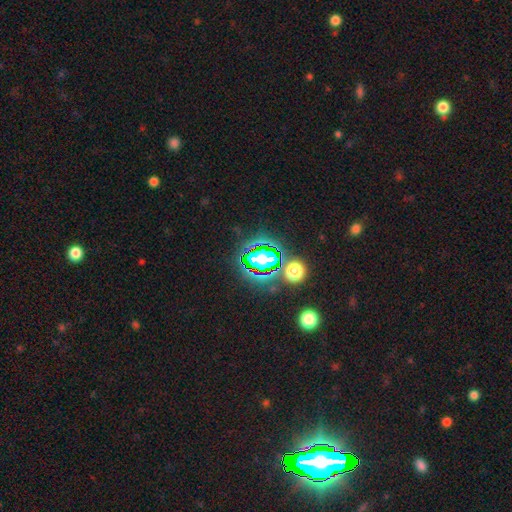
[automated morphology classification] A star or artifact, not a galaxy (71%).